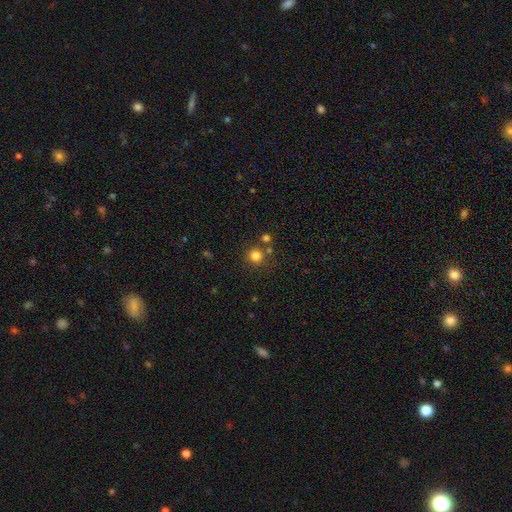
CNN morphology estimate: Overall: smooth (80%). How rounded: round (93%). Merging: none (78%).